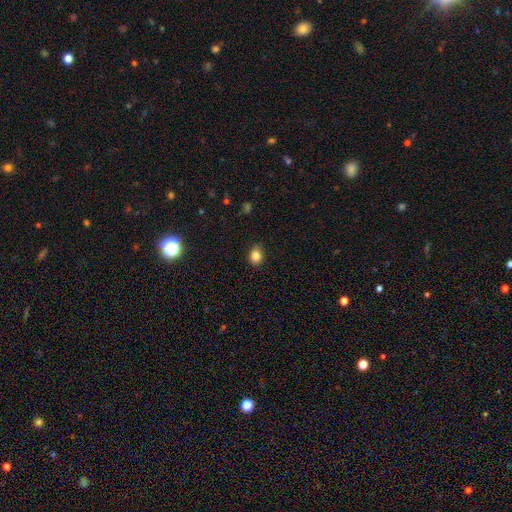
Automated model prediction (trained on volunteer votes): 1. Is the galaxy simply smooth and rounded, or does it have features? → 84% smooth, 11% star or artifact, 6% featured or disk.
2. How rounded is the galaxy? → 56% in between, 43% round, 1% cigar-shaped.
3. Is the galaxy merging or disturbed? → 84% none, 13% minor disturbance, 3% major disturbance, 1% merger.